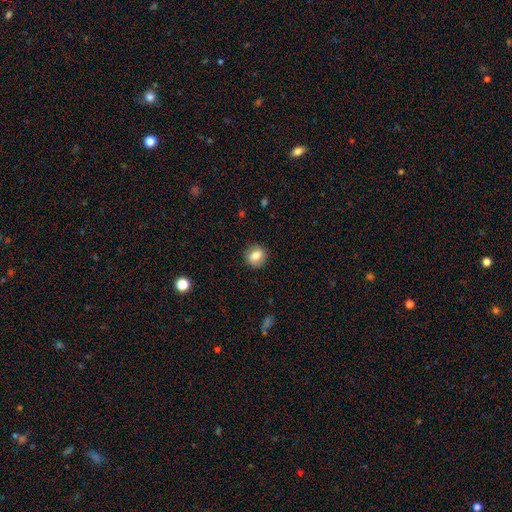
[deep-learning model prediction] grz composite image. It shows a smooth galaxy with no disk features (76%) that is round (70%). Merging: none (85%).